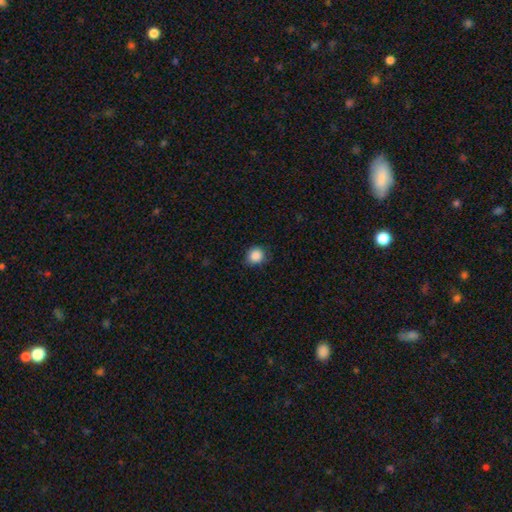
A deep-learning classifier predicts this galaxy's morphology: Overall: smooth (88%). How rounded: round (87%). Merging: none (82%).